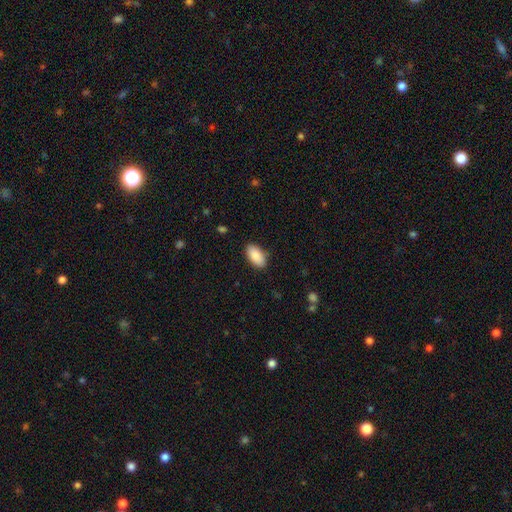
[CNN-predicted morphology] Smooth or featured?
  - smooth: 90% *
  - star or artifact: 6%
  - featured or disk: 4%
How rounded?
  - in between: 95% *
  - round: 3%
  - cigar-shaped: 2%
Merging?
  - none: 87% *
  - minor disturbance: 9%
  - major disturbance: 2%
  - merger: 1%